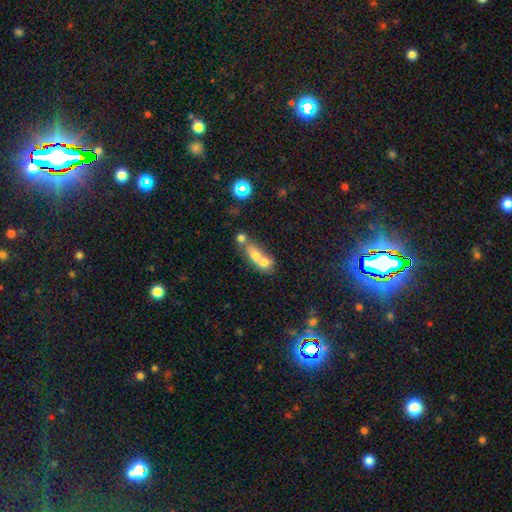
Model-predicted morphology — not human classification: Overall: smooth (64%). How rounded: in between (46%; round 44%). Merging: merger (68%).